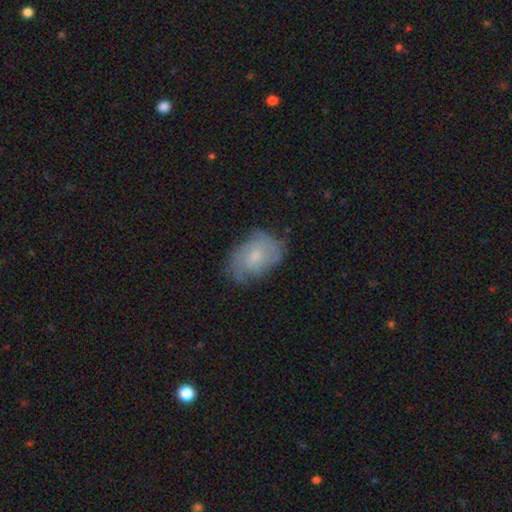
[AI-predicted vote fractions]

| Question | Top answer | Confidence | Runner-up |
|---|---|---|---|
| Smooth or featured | featured or disk | 49% | smooth (44%) |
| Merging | none | 64% | minor disturbance (26%) |